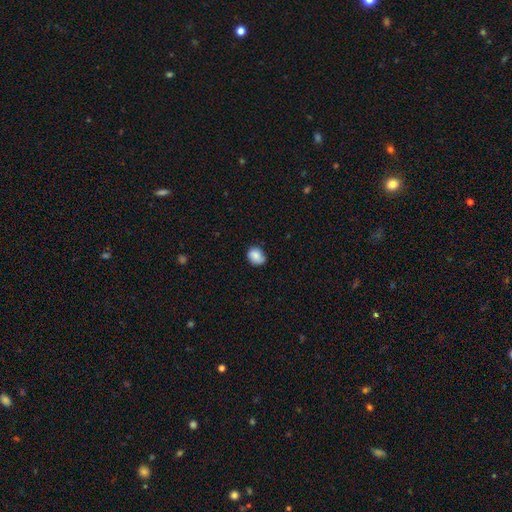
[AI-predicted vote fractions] The model was most divided on "how rounded": round: 53%, in between: 46%, cigar-shaped: 1%. More confident: smooth or featured — smooth (83%); merging — none (73%).